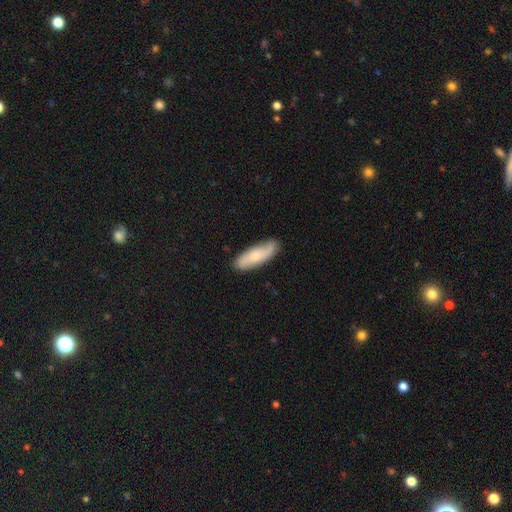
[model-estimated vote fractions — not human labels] Q: Smooth or featured?
A: smooth (51%); runner-up: featured or disk (43%)
Q: How rounded?
A: in between (58%); runner-up: cigar-shaped (40%)
Q: Merging?
A: none (82%); runner-up: minor disturbance (14%)